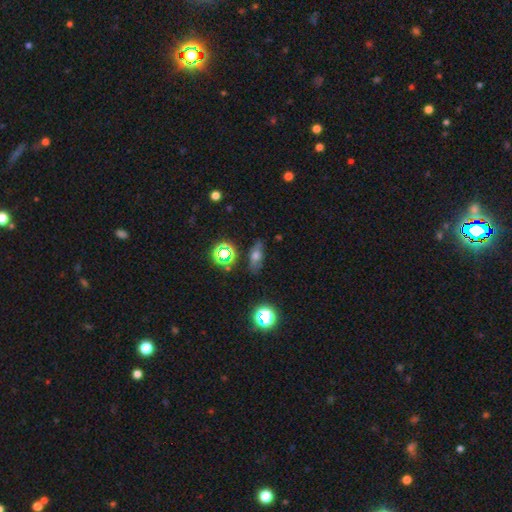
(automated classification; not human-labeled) Overall: smooth (49%; star or artifact 27%). Merging: none (79%).